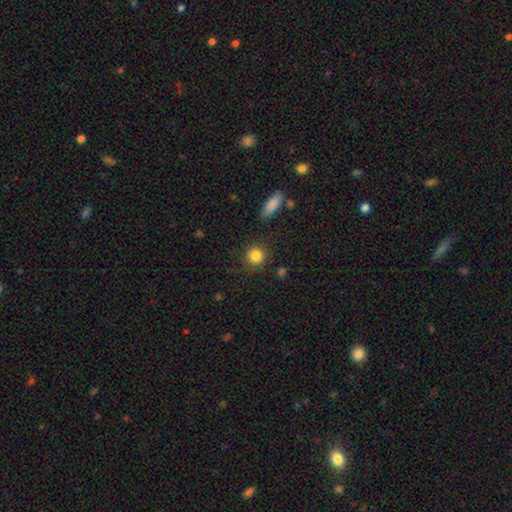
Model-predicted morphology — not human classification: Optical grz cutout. It shows a smooth galaxy with no disk features (85%) that is round (90%). Merging: none (84%).